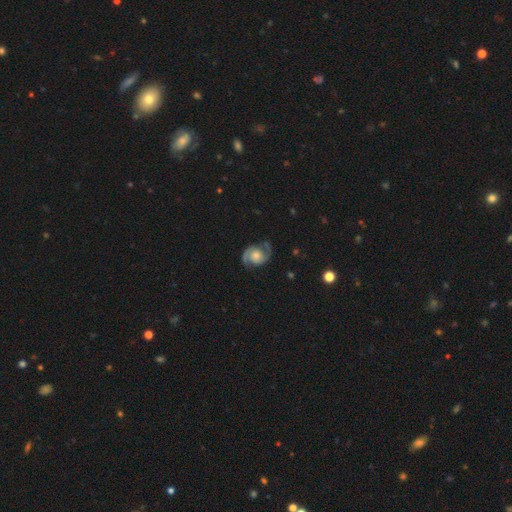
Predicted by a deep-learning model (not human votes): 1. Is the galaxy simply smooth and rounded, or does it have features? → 89% featured or disk, 6% smooth, 5% star or artifact.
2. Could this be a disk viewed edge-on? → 98% no, 2% yes.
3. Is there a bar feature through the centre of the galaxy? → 68% no, 25% weak, 7% strong.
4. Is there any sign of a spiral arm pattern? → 98% yes, 2% no.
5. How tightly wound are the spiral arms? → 55% medium, 28% tight, 17% loose.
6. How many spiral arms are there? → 94% 2, 2% can't tell, 1% 1, 1% 3, 1% 4, 1% more than 4.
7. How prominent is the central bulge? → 48% moderate, 28% small, 15% large, 8% none, 2% dominant.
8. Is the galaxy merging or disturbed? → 82% none, 12% minor disturbance, 4% major disturbance, 1% merger.